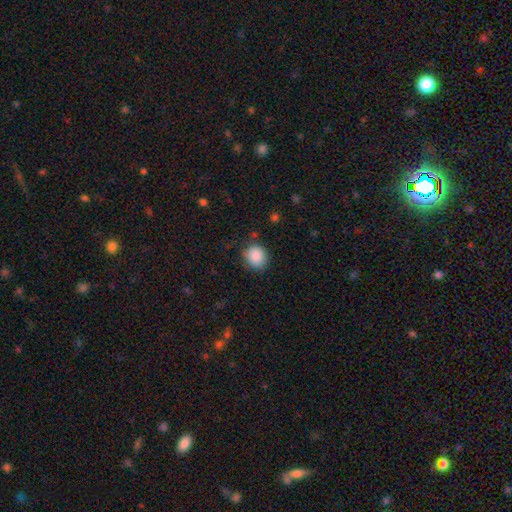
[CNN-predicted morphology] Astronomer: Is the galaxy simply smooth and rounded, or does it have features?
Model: smooth — 88%.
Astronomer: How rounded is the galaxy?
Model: round — 79%.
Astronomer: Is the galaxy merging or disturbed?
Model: none — 80%.